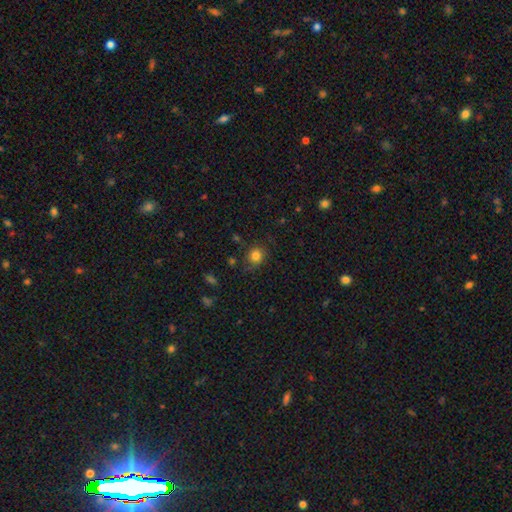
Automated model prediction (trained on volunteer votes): This appears to be a smooth galaxy with no disk features (82%) that is round (81%). Merging: none (79%).